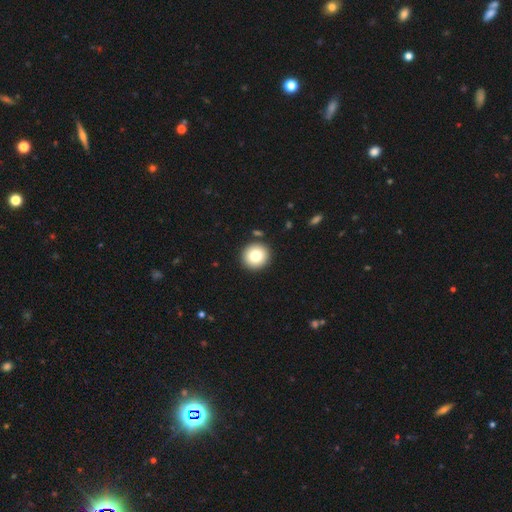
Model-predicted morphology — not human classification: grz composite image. It shows a smooth galaxy with no disk features (79%) that is round (94%). Merging: none (89%).